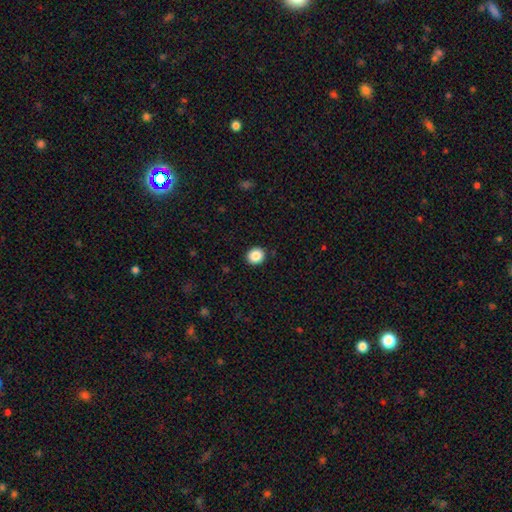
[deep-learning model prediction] smooth 88%, star or artifact 9%, featured or disk 3%. Down the decision tree: how rounded — round (84%); merging — none (92%).